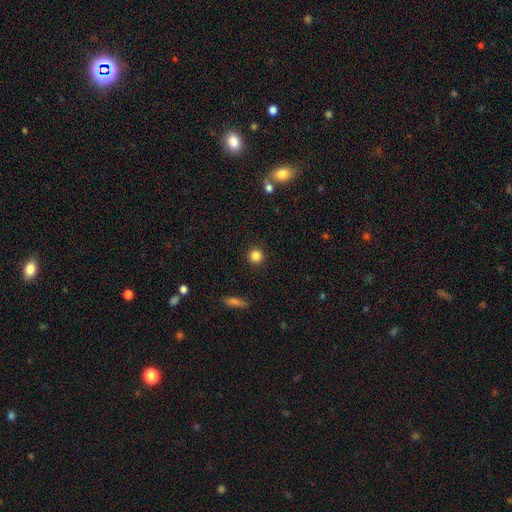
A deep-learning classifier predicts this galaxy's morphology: Q: Smooth or featured?
A: smooth (85%); runner-up: star or artifact (11%)
Q: How rounded?
A: round (94%); runner-up: in between (5%)
Q: Merging?
A: none (92%); runner-up: minor disturbance (5%)